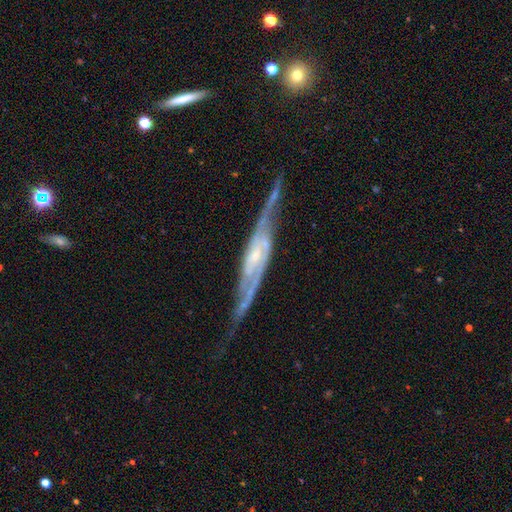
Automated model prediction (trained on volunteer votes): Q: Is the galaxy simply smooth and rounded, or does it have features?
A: featured or disk — 90%.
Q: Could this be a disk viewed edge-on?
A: no — 64%.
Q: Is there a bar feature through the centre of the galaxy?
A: no — 41%.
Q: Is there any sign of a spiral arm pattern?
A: yes — 96%.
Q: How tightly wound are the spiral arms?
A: medium — 48%.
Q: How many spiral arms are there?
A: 2 — 84%.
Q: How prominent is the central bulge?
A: small — 71%.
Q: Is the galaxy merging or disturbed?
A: none — 67%.